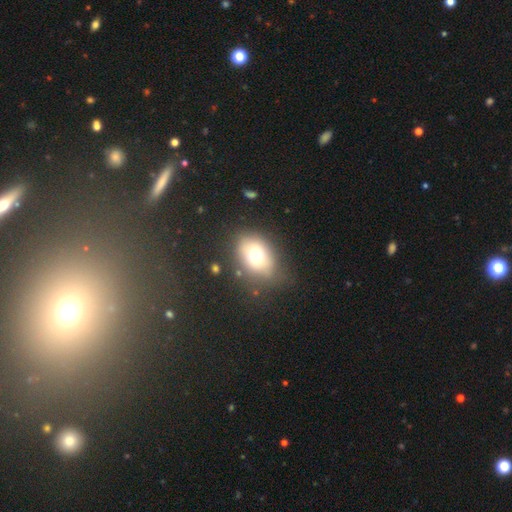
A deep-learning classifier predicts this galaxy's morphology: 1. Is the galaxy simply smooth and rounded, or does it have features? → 71% smooth, 17% featured or disk, 12% star or artifact.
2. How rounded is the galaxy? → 70% in between, 29% round, 1% cigar-shaped.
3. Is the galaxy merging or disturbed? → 71% none, 18% minor disturbance, 8% major disturbance, 3% merger.